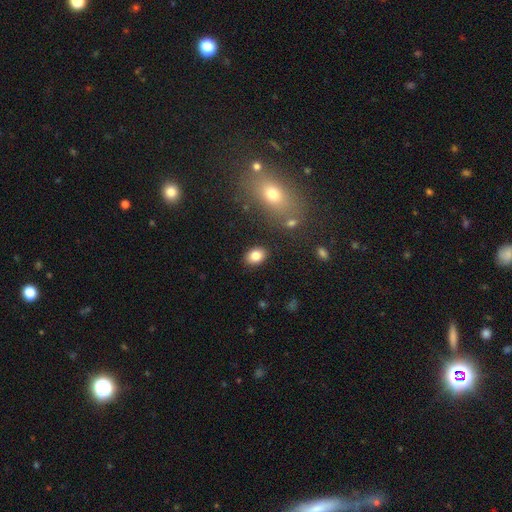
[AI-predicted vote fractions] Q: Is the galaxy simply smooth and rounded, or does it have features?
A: smooth — 83%.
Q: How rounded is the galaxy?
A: in between — 75%.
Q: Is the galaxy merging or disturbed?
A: none — 87%.